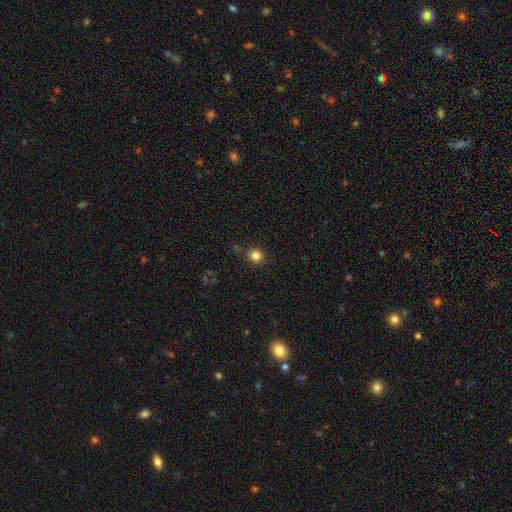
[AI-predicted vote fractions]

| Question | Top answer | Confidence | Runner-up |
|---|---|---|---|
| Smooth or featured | smooth | 83% | star or artifact (13%) |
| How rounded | round | 90% | in between (9%) |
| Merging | none | 87% | minor disturbance (8%) |